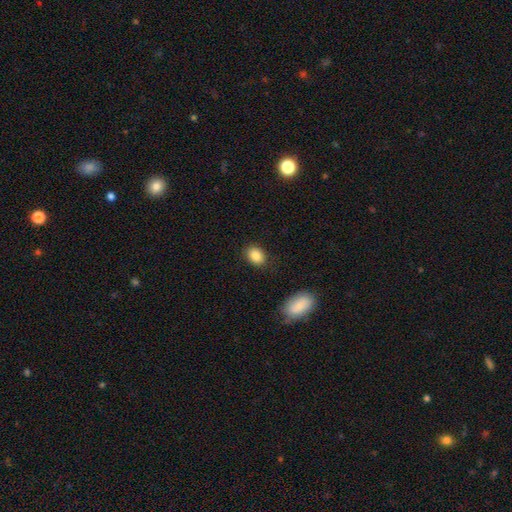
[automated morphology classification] Smooth or featured: smooth — 87% (star or artifact — 9%)
How rounded: in between — 65% (round — 34%)
Merging: none — 86% (minor disturbance — 10%)